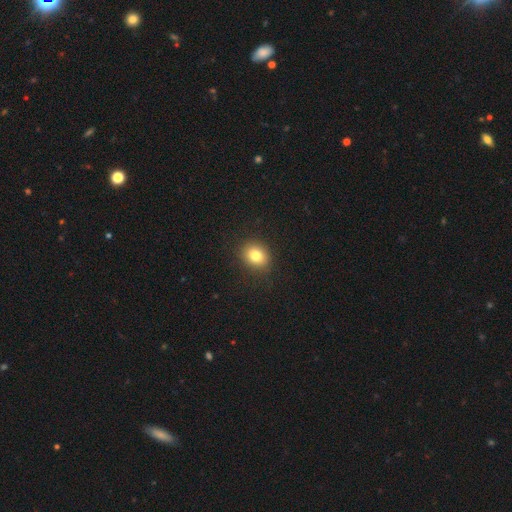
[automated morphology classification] Smooth or featured?
  - smooth: 81% *
  - star or artifact: 11%
  - featured or disk: 8%
How rounded?
  - round: 59% *
  - in between: 40%
  - cigar-shaped: 1%
Merging?
  - none: 88% *
  - minor disturbance: 8%
  - major disturbance: 3%
  - merger: 1%